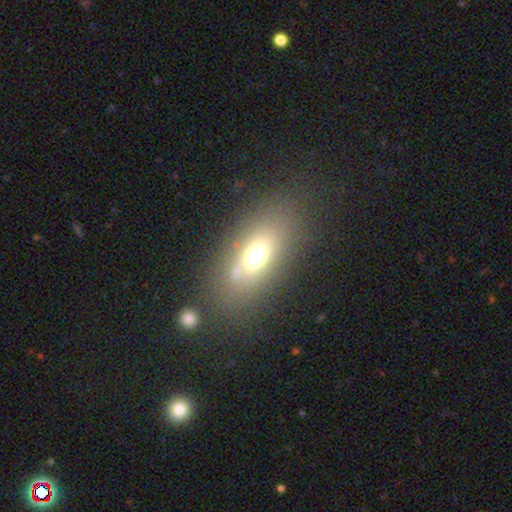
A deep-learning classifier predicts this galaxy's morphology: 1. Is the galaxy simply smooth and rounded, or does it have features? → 60% smooth, 24% featured or disk, 17% star or artifact.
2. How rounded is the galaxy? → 76% in between, 14% round, 9% cigar-shaped.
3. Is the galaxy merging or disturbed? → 77% none, 11% minor disturbance, 8% major disturbance, 4% merger.